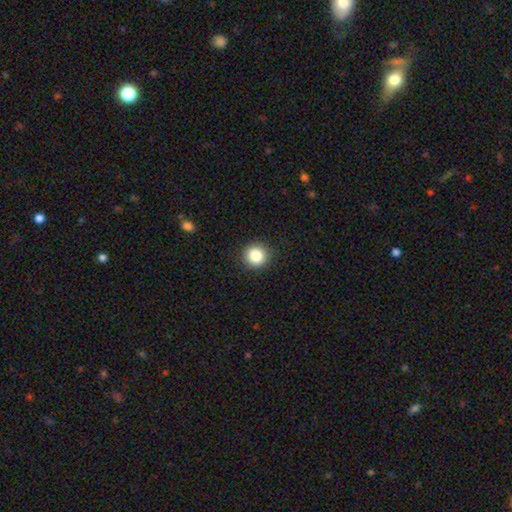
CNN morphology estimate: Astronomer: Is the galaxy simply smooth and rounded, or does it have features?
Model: smooth — 85%.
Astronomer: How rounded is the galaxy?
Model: round — 93%.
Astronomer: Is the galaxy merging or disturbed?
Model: none — 91%.